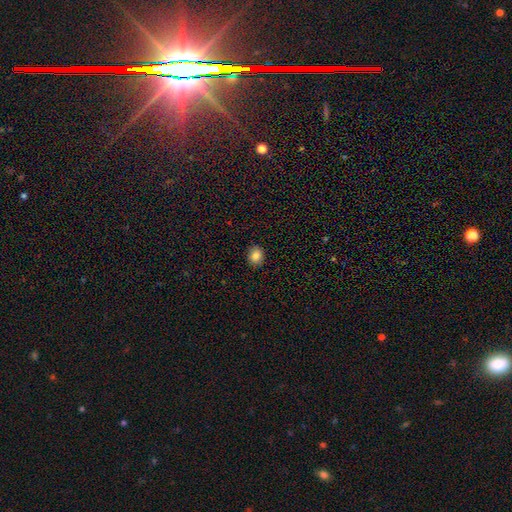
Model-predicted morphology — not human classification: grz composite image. It shows a smooth galaxy with no disk features (84%) that is round (64%). Merging: none (90%).